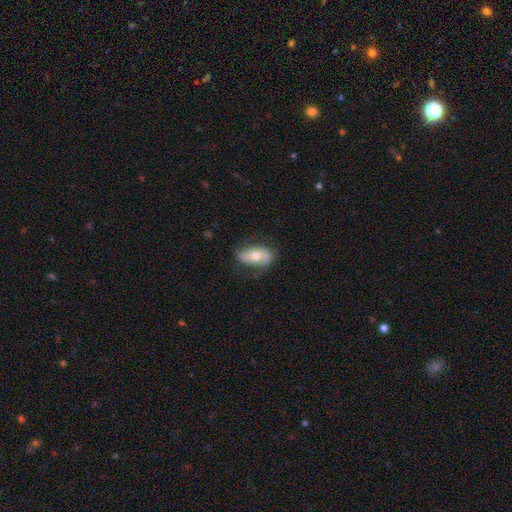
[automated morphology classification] Smooth or featured? Predicted: smooth (p=0.51). How rounded? Predicted: in between (p=0.89). Merging? Predicted: none (p=0.67).